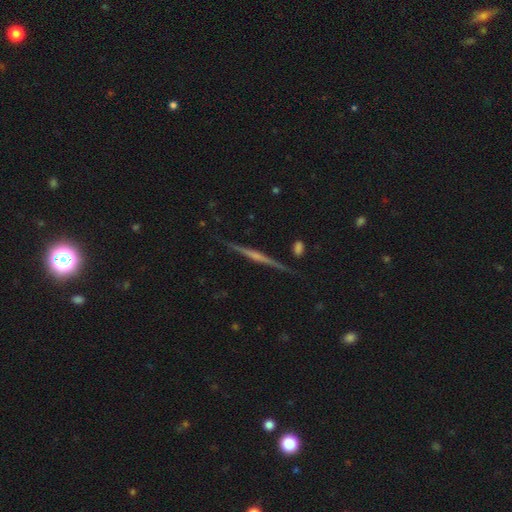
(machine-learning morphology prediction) This appears to be a featured or disk galaxy (70%) viewed edge-on (96%) with a rounded central bulge (67%). Merging: none (86%).